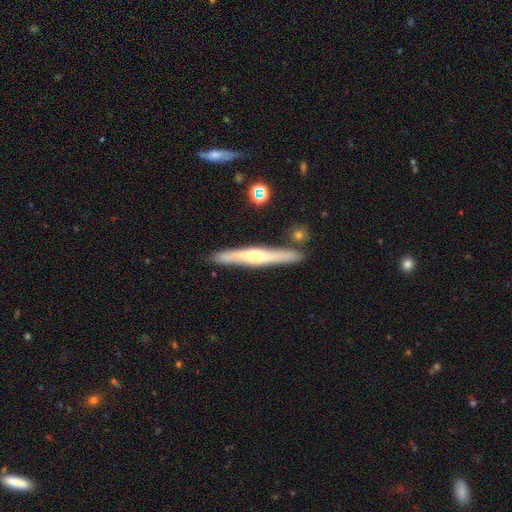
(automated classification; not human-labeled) Overall: featured or disk (57%; smooth 37%). Edge-on disk: yes (92%). Edge-on bulge: rounded (63%). Merging: none (84%).